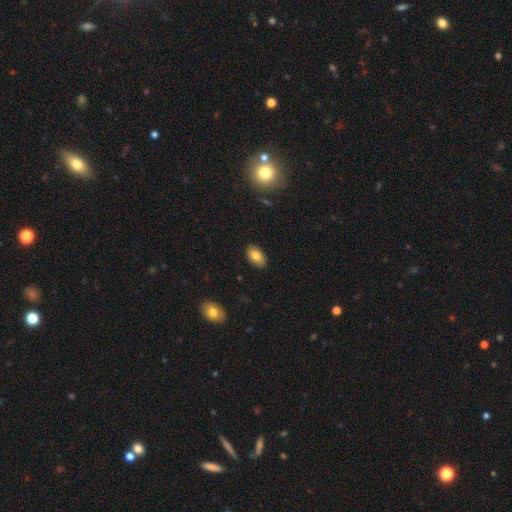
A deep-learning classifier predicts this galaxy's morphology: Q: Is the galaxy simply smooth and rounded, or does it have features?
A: smooth — 80%.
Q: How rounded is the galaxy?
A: in between — 93%.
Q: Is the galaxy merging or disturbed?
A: none — 88%.